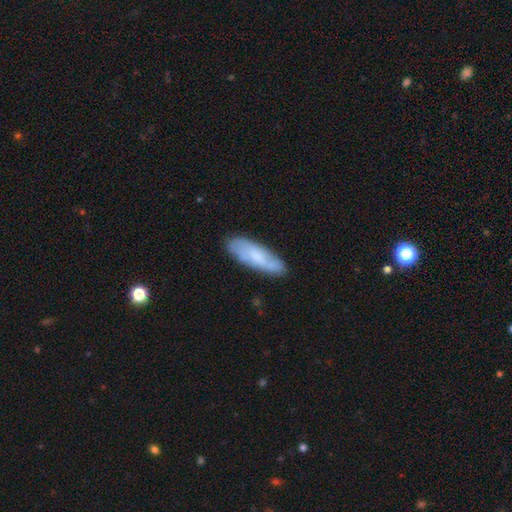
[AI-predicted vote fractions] Smooth or featured?
  - smooth: 53% *
  - featured or disk: 40%
  - star or artifact: 7%
How rounded?
  - in between: 53% *
  - cigar-shaped: 45%
  - round: 2%
Merging?
  - none: 79% *
  - minor disturbance: 16%
  - major disturbance: 3%
  - merger: 2%